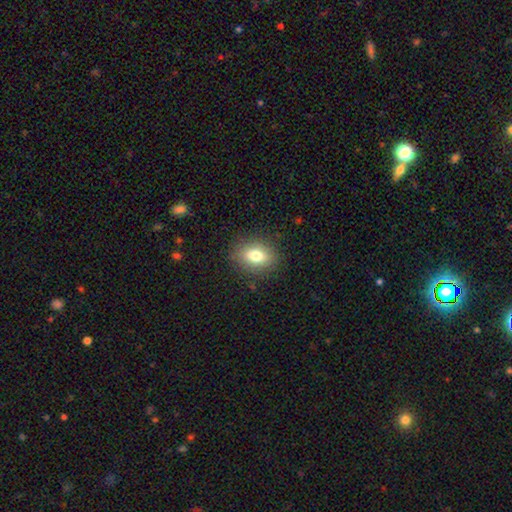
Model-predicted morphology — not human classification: type=smooth (77%); roundness=in between (73%); merging=none (87%).